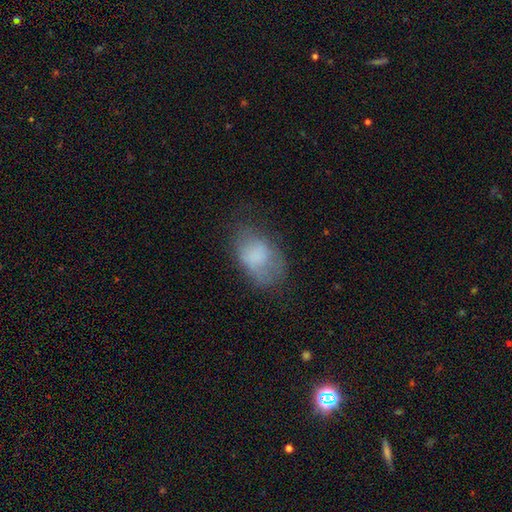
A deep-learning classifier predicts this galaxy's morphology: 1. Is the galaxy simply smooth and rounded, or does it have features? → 69% smooth, 20% featured or disk, 10% star or artifact.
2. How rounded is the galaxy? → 86% in between, 12% round, 1% cigar-shaped.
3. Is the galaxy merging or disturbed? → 51% none, 30% minor disturbance, 17% major disturbance, 2% merger.